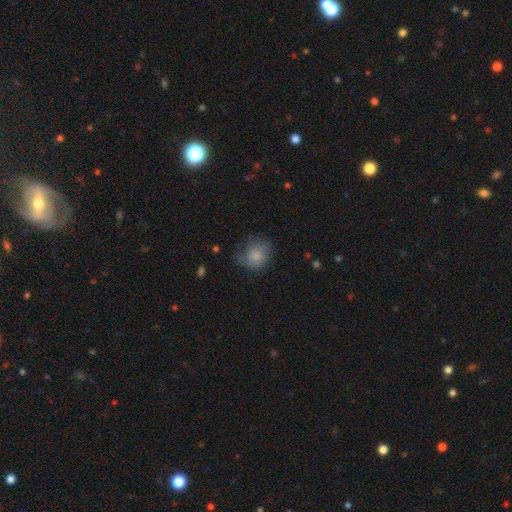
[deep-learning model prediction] smooth 81%, featured or disk 11%, star or artifact 8%. Down the decision tree: how rounded — round (71%); merging — none (54%).